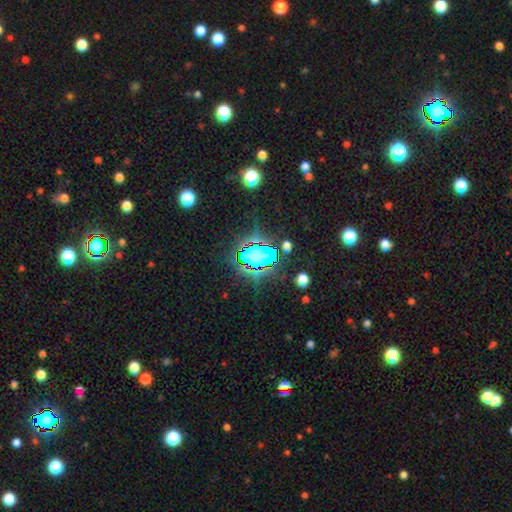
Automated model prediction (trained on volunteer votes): A star or artifact, not a galaxy (63%).